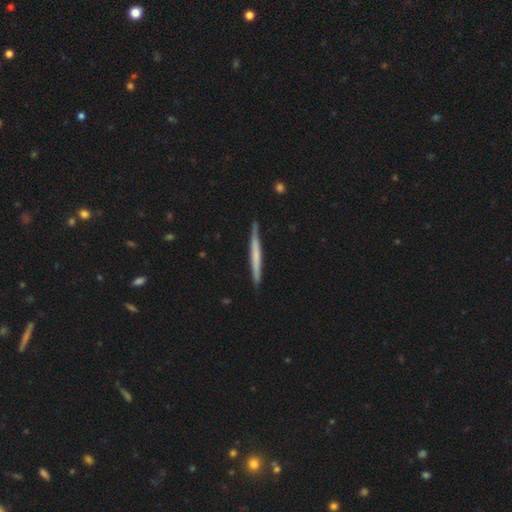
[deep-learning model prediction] Q: Smooth or featured?
A: smooth (48%); runner-up: featured or disk (47%)
Q: Merging?
A: none (88%); runner-up: minor disturbance (9%)